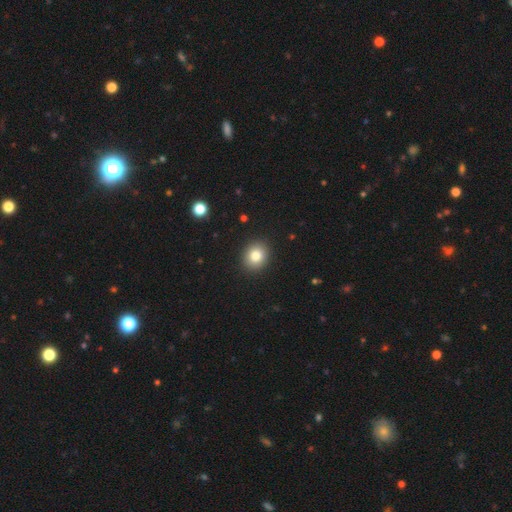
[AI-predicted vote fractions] smooth_or_featured: smooth (p=0.82) [alt: star or artifact p=0.10]
how_rounded: round (p=0.70) [alt: in between p=0.29]
merging: none (p=0.91) [alt: minor disturbance p=0.06]